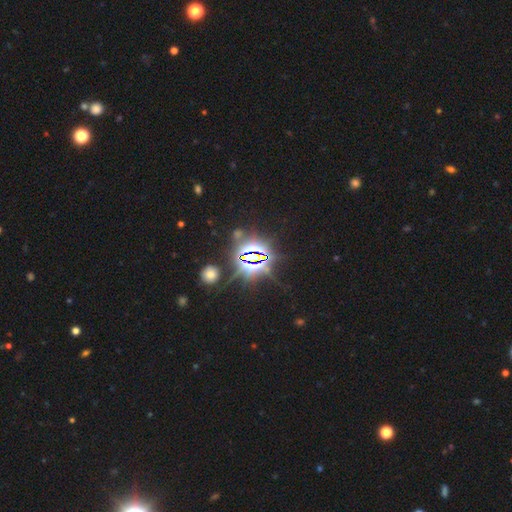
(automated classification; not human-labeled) This appears to be a star or artifact, not a galaxy (83%).